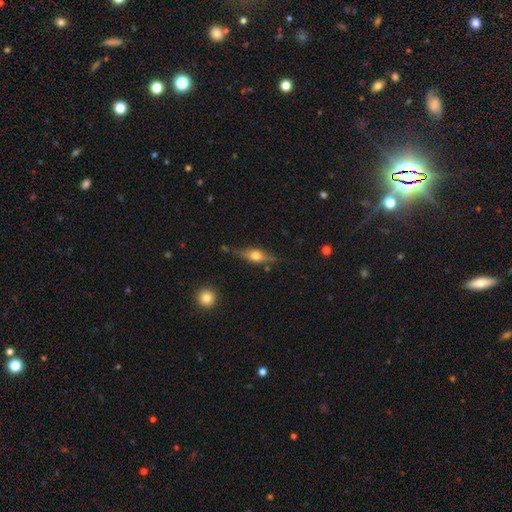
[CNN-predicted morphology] Smooth or featured: featured or disk — 54% (smooth — 38%)
Edge-on disk: yes — 88% (no — 12%)
Merging: none — 75% (minor disturbance — 17%)